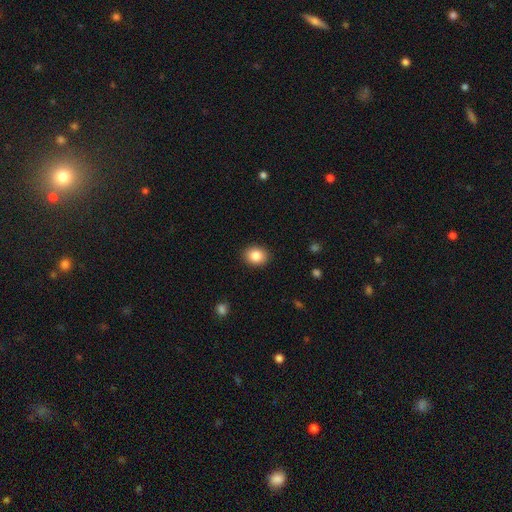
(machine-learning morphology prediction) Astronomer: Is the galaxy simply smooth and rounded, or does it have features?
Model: smooth — 86%.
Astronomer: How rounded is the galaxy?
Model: round — 55% (runner-up: in between, 44%).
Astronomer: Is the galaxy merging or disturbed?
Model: none — 90%.